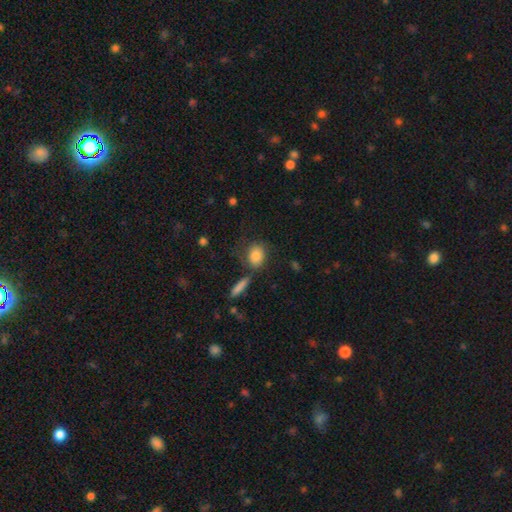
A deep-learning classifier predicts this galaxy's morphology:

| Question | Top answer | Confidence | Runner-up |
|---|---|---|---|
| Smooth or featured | smooth | 81% | featured or disk (11%) |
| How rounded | in between | 56% | round (41%) |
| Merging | none | 59% | minor disturbance (18%) |